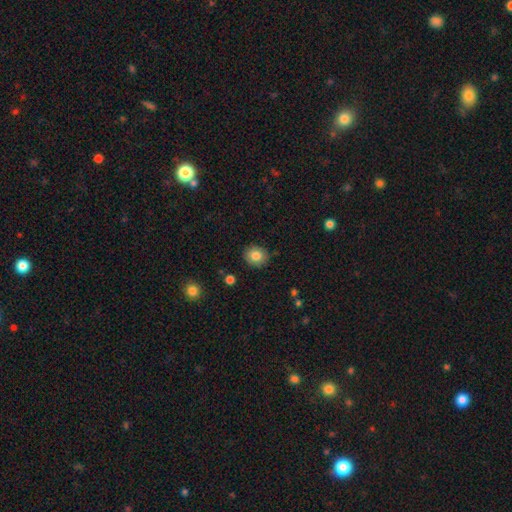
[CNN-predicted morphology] This appears to be a smooth galaxy with no disk features (82%) that is round (67%). Merging: none (88%).